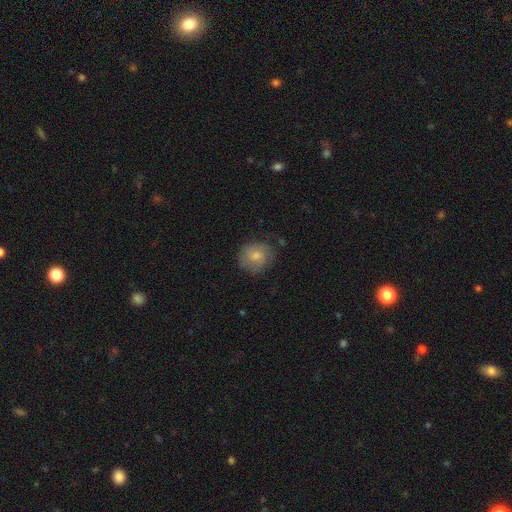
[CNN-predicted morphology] This is likely a smooth galaxy (69%). How rounded: likely round (79%). Merging: likely none (69%).